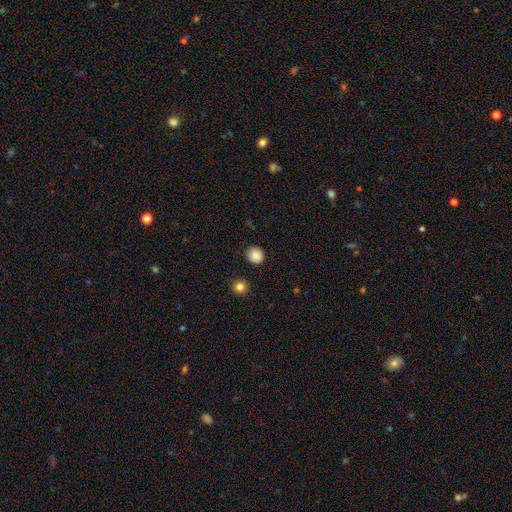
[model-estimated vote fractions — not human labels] smooth-or-featured: smooth: 87% | star or artifact: 10% | featured or disk: 3%
  how-rounded: round: 90% | in between: 9% | cigar-shaped: 1%
  merging: none: 91% | minor disturbance: 6% | major disturbance: 2% | merger: 1%